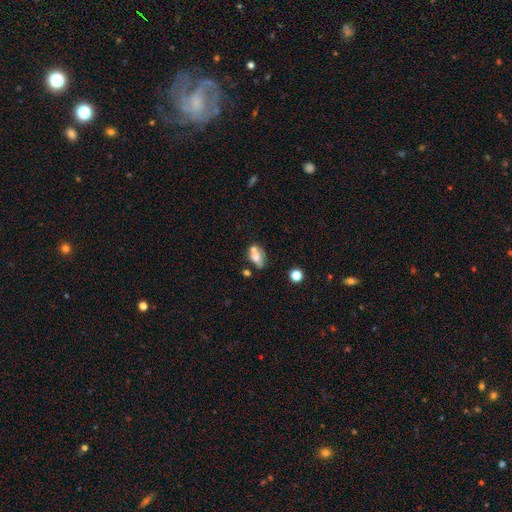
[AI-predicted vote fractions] This appears to be a smooth galaxy with no disk features (66%) that is in between round and cigar-shaped (78%). Merging: none (38%).